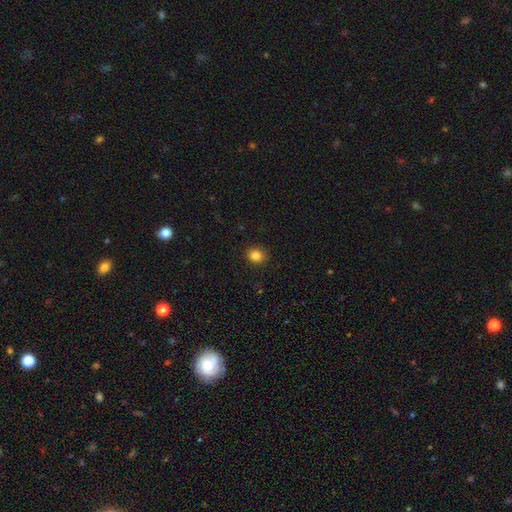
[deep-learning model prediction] smooth-or-featured: smooth: 84% | star or artifact: 11% | featured or disk: 5%
  how-rounded: round: 73% | in between: 26% | cigar-shaped: 1%
  merging: none: 90% | minor disturbance: 7% | major disturbance: 2% | merger: 1%